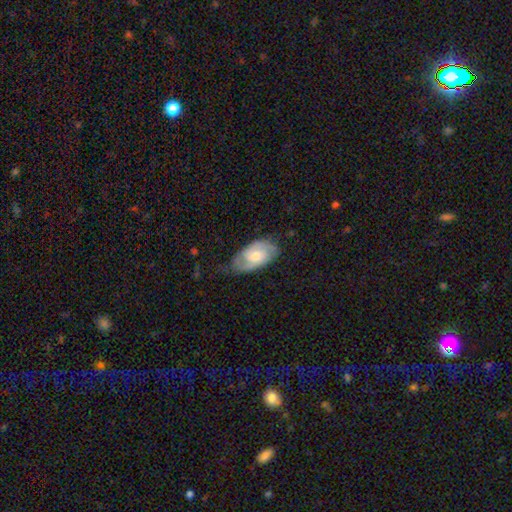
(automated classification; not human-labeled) Overall: featured or disk (65%; smooth 29%). Edge-on disk: no (94%). Bar: no (67%; weak 29%). Spiral arms: yes (89%). Spiral arm count: 2 (62%). Spiral winding: tight (45%; medium 42%). Bulge size: moderate (59%; small 31%). Merging: none (62%; minor disturbance 27%).